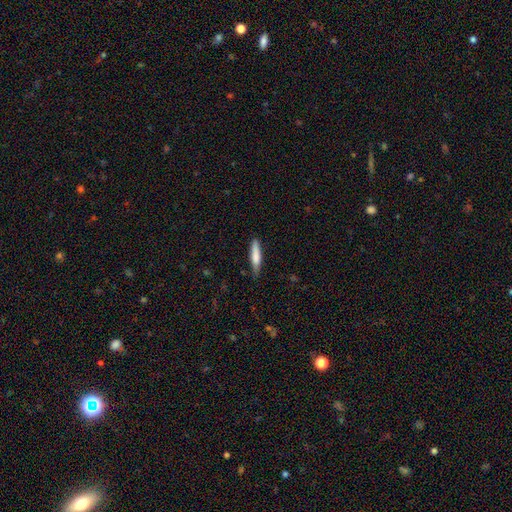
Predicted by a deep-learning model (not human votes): This is likely a smooth galaxy (76%). How rounded: clearly cigar-shaped (84%). Merging: likely none (77%).